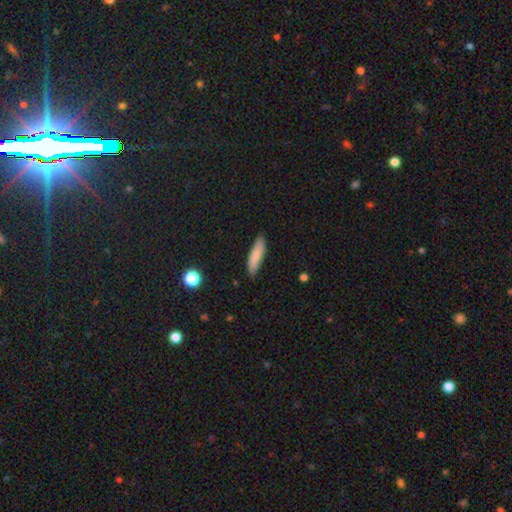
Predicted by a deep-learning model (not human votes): The model was most divided on "how rounded": cigar-shaped: 69%, in between: 29%, round: 2%. More confident: merging — none (86%); smooth or featured — smooth (85%).